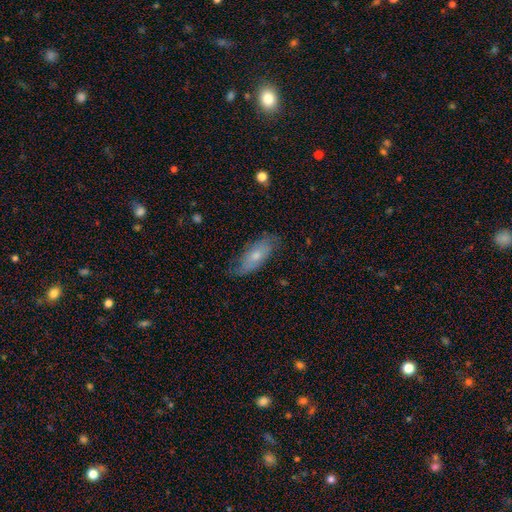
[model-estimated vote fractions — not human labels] Q: Smooth or featured?
A: smooth (55%); runner-up: featured or disk (38%)
Q: How rounded?
A: in between (72%); runner-up: cigar-shaped (25%)
Q: Merging?
A: none (69%); runner-up: minor disturbance (24%)